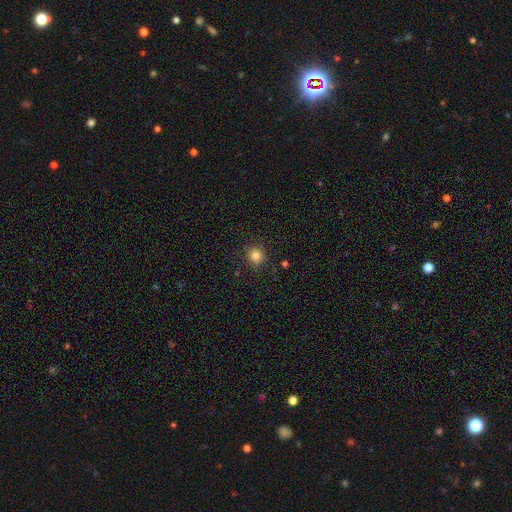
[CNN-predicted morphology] Q: Smooth or featured?
A: smooth (84%); runner-up: star or artifact (12%)
Q: How rounded?
A: round (89%); runner-up: in between (10%)
Q: Merging?
A: none (89%); runner-up: minor disturbance (7%)